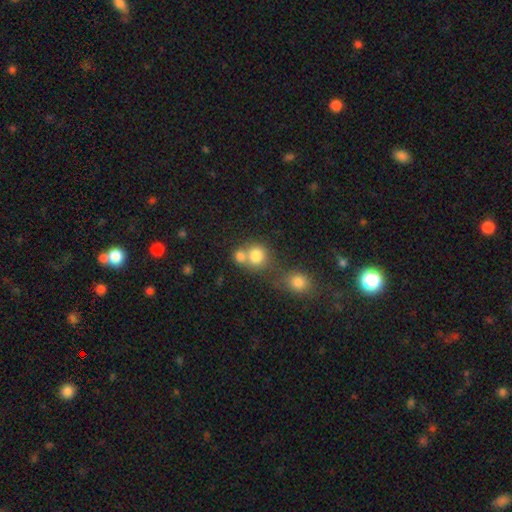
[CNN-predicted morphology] This appears to be a smooth galaxy with no disk features (80%) that is round (84%). Merging: merger (47%).